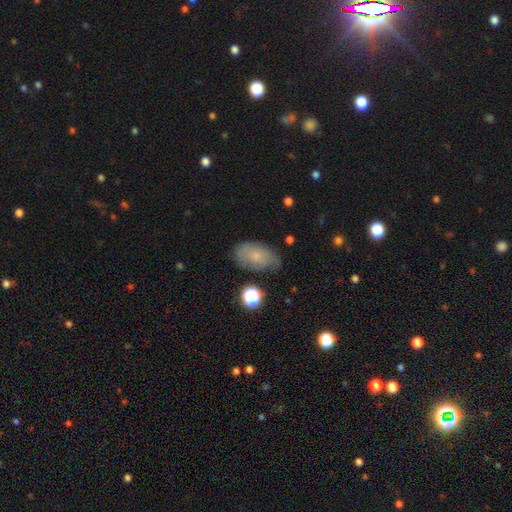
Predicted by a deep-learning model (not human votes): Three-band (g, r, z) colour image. It shows a smooth galaxy with no disk features (63%) that is in between round and cigar-shaped (89%). Merging: none (55%).